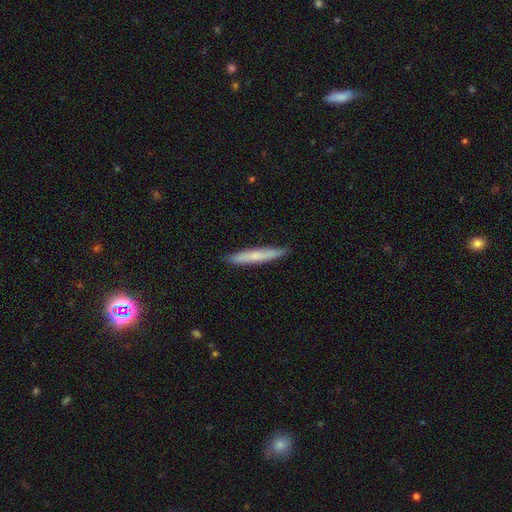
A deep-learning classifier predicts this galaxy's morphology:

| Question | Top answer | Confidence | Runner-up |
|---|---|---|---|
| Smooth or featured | smooth | 68% | featured or disk (27%) |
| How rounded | cigar-shaped | 95% | in between (4%) |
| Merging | none | 90% | minor disturbance (7%) |